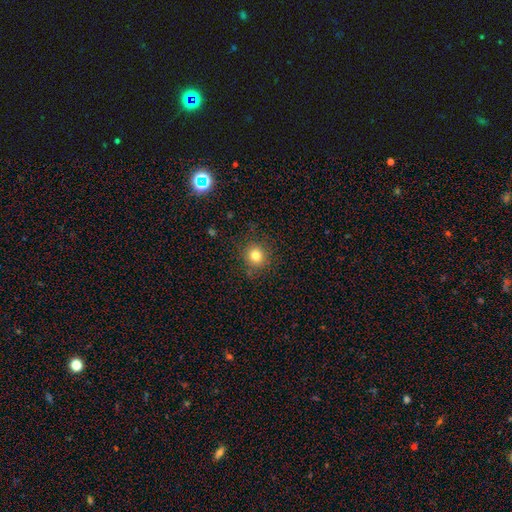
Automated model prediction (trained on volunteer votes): Smooth or featured?
  - smooth: 79% *
  - star or artifact: 14%
  - featured or disk: 7%
How rounded?
  - round: 90% *
  - in between: 9%
  - cigar-shaped: 1%
Merging?
  - none: 87% *
  - minor disturbance: 9%
  - major disturbance: 3%
  - merger: 1%